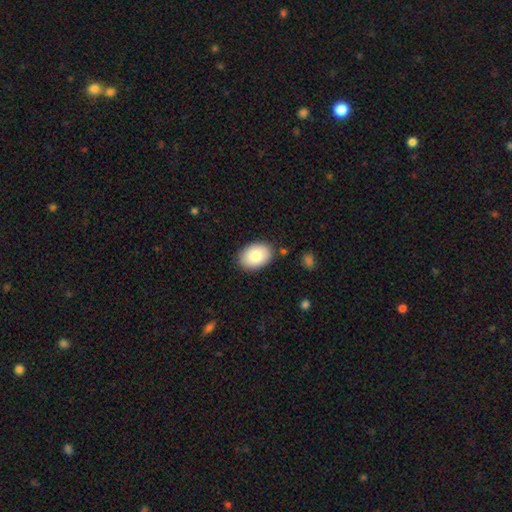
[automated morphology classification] Q: Smooth or featured?
A: smooth (83%); runner-up: featured or disk (11%)
Q: How rounded?
A: in between (84%); runner-up: round (15%)
Q: Merging?
A: none (85%); runner-up: minor disturbance (11%)